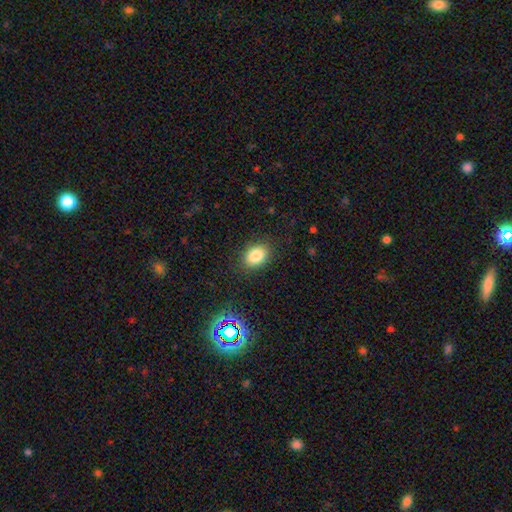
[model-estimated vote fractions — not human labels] Smooth or featured: smooth — 83% (star or artifact — 11%)
How rounded: in between — 70% (round — 29%)
Merging: none — 85% (minor disturbance — 10%)